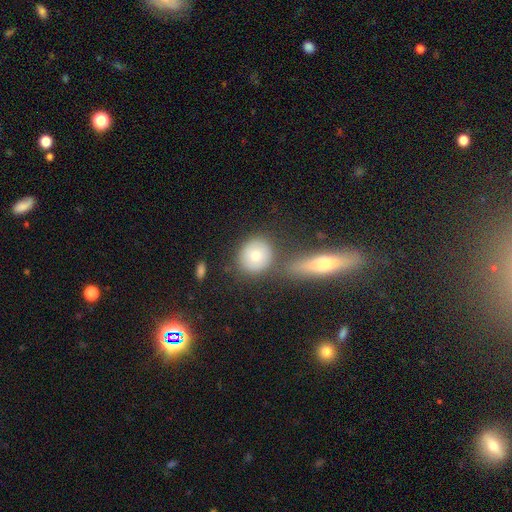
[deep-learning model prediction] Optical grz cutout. It shows a smooth galaxy with no disk features (73%) that is round (83%). Merging: none (66%).